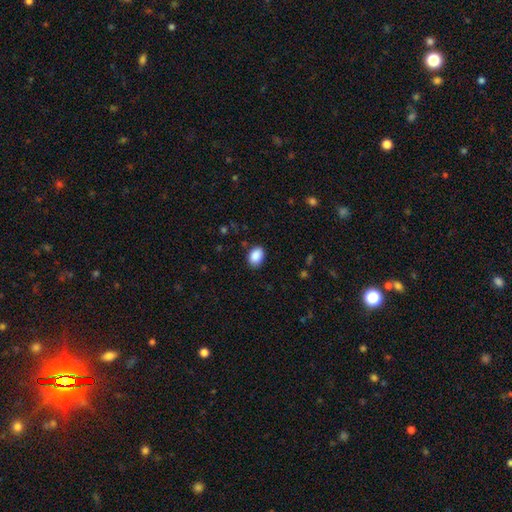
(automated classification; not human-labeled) A smooth galaxy with no disk features (89%) that is in between round and cigar-shaped (79%).

Vote fractions:
- Smooth or featured? smooth: 89% / star or artifact: 7% / featured or disk: 3%
- How rounded? in between: 79% / round: 20% / cigar-shaped: 1%
- Merging? none: 86% / minor disturbance: 11% / major disturbance: 2% / merger: 1%